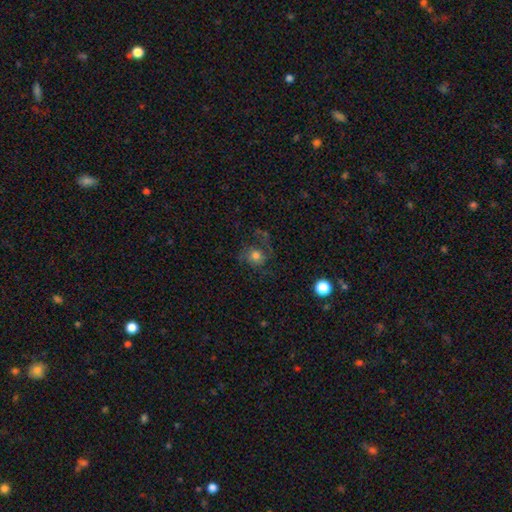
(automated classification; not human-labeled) smooth-or-featured: smooth: 44% | featured or disk: 42% | star or artifact: 14%
  merging: none: 56% | major disturbance: 23% | minor disturbance: 19% | merger: 2%